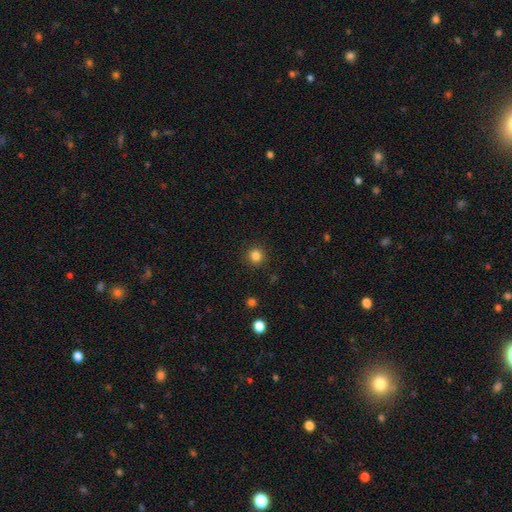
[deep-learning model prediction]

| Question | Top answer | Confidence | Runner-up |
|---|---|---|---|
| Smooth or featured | smooth | 83% | star or artifact (12%) |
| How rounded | round | 93% | in between (6%) |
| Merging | none | 91% | minor disturbance (6%) |